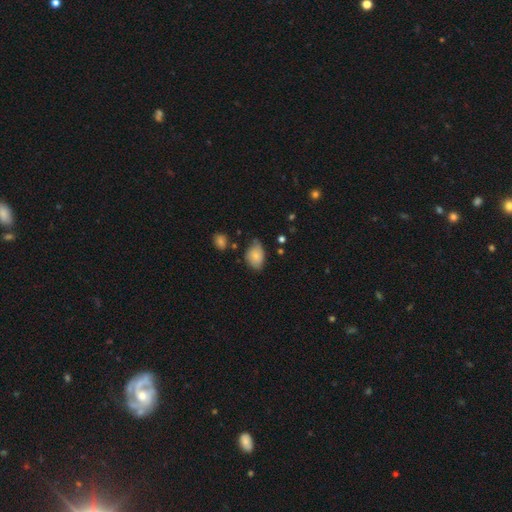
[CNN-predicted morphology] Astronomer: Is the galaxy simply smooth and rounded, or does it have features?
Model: smooth — 76%.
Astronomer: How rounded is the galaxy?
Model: in between — 79%.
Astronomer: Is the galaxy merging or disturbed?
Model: none — 53% (runner-up: minor disturbance, 37%).